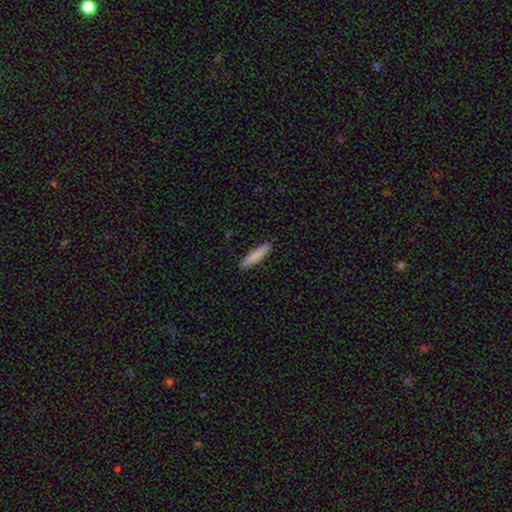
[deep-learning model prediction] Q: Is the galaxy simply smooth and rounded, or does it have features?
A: smooth — 83%.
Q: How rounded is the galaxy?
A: cigar-shaped — 88%.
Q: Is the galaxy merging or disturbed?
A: none — 90%.